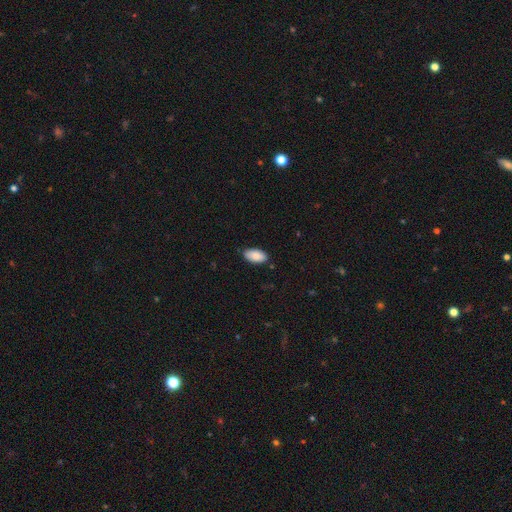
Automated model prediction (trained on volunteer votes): This is clearly a smooth galaxy (88%). How rounded: clearly in between (95%). Merging: clearly none (84%).